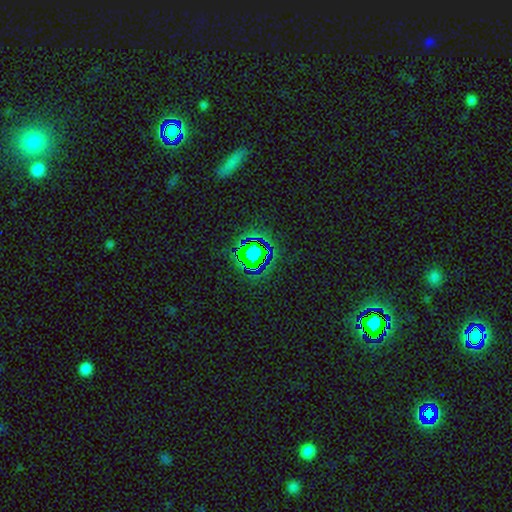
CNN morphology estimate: This appears to be a star or artifact, not a galaxy (71%).